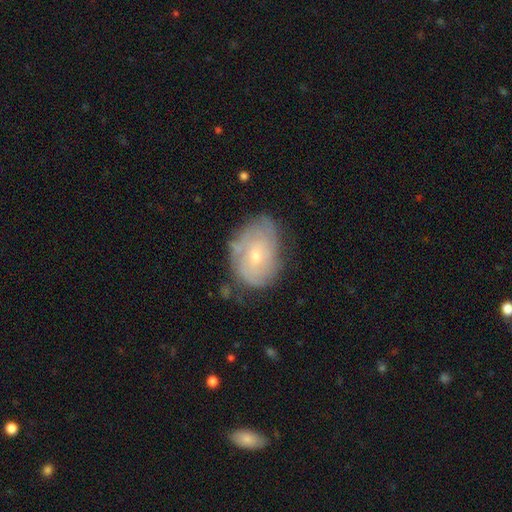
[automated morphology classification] Q: Smooth or featured?
A: featured or disk (57%); runner-up: smooth (35%)
Q: Edge-on disk?
A: no (95%); runner-up: yes (5%)
Q: Bar?
A: no (78%); runner-up: weak (19%)
Q: Spiral arms?
A: yes (69%); runner-up: no (31%)
Q: Bulge size?
A: small (66%); runner-up: moderate (30%)
Q: Merging?
A: none (58%); runner-up: minor disturbance (29%)